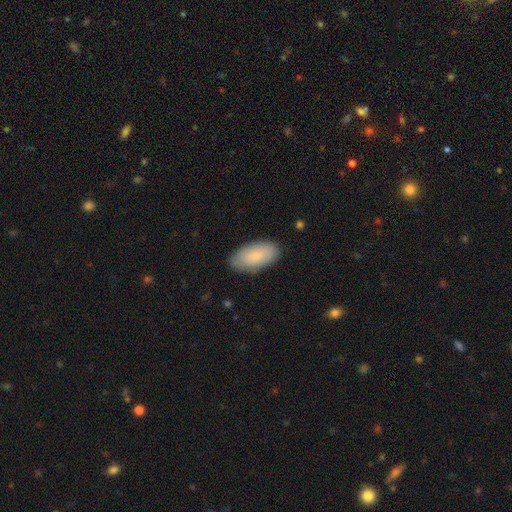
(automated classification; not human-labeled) A smooth galaxy with no disk features (83%) that is in between round and cigar-shaped (95%).

Vote fractions:
- Smooth or featured? smooth: 83% / featured or disk: 11% / star or artifact: 6%
- How rounded? in between: 95% / cigar-shaped: 3% / round: 2%
- Merging? none: 85% / minor disturbance: 12% / major disturbance: 2% / merger: 1%